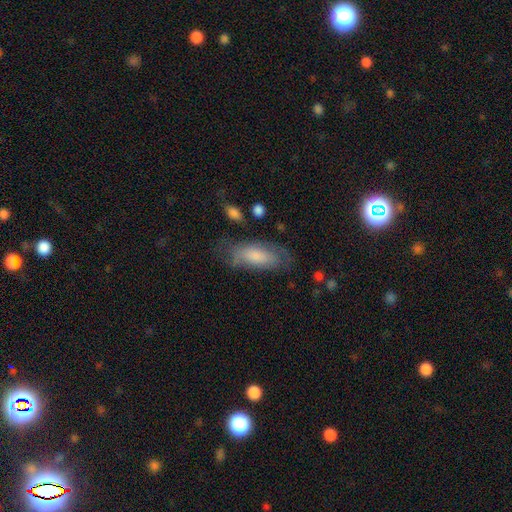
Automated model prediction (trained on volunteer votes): Smooth or featured? smooth (68%)
How rounded? in between (81%)
Merging? none (57%)